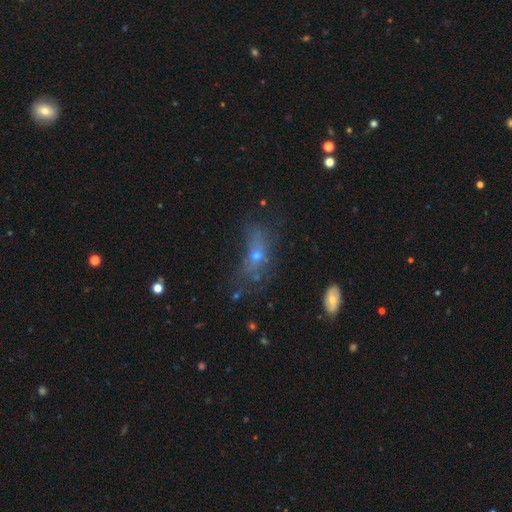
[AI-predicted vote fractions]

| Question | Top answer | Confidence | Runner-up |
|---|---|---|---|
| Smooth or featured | smooth | 42% | featured or disk (30%) |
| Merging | none | 43% | major disturbance (28%) |